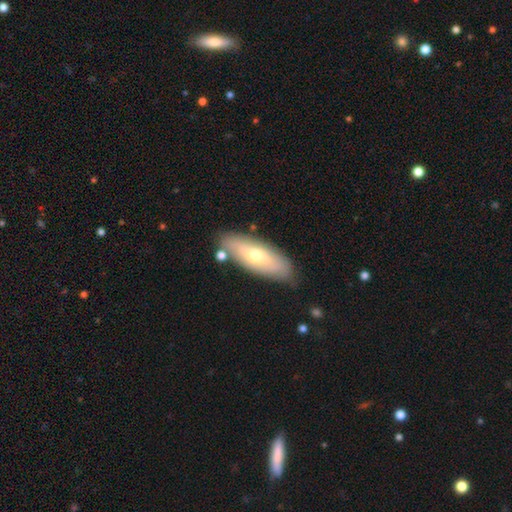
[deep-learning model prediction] A smooth galaxy with no disk features (56%) that is in between round and cigar-shaped (71%).

Vote fractions:
- Smooth or featured? smooth: 56% / featured or disk: 38% / star or artifact: 6%
- How rounded? in between: 71% / cigar-shaped: 27% / round: 2%
- Merging? none: 77% / minor disturbance: 15% / merger: 5% / major disturbance: 3%